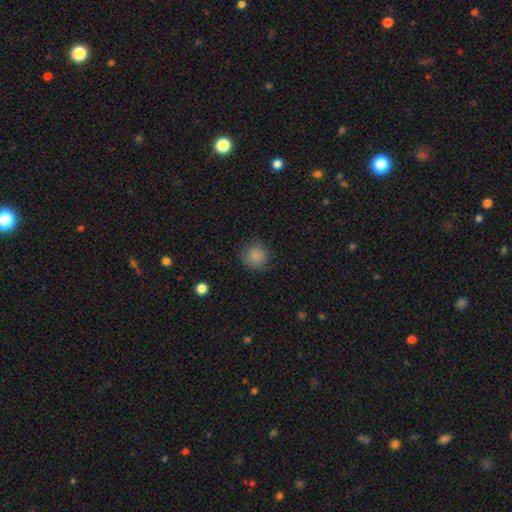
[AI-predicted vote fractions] Smooth or featured? smooth (85%)
How rounded? round (93%)
Merging? none (85%)